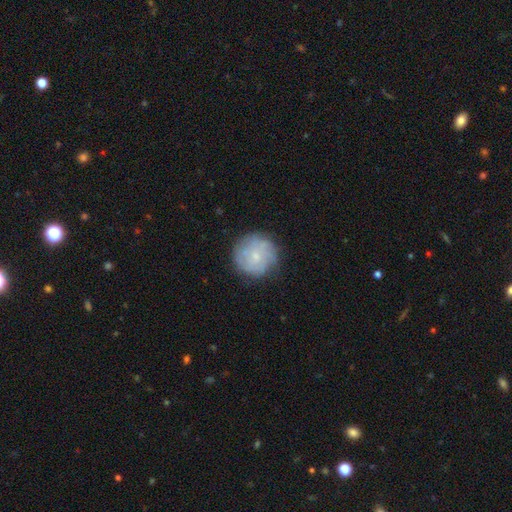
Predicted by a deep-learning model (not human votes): Overall: smooth (50%; featured or disk 42%). How rounded: round (93%). Merging: none (77%).